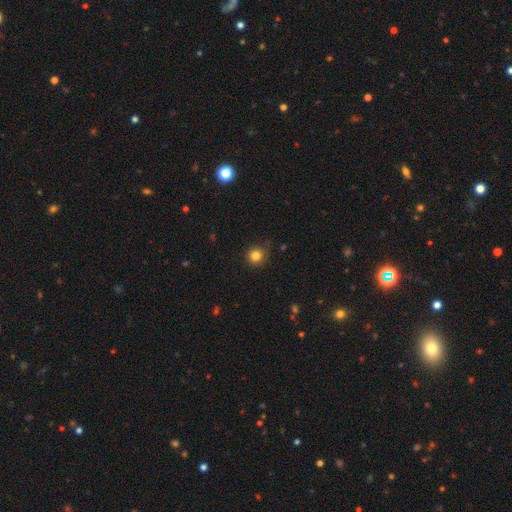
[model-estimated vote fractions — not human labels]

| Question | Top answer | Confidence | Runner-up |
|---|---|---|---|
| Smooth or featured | smooth | 83% | star or artifact (12%) |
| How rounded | round | 94% | in between (5%) |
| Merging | none | 88% | minor disturbance (8%) |